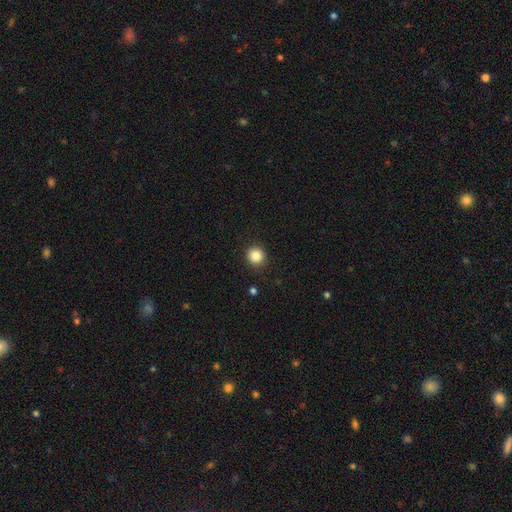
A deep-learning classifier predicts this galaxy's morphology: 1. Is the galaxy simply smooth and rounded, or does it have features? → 86% smooth, 10% star or artifact, 4% featured or disk.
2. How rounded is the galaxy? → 92% round, 7% in between, 1% cigar-shaped.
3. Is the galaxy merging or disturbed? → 90% none, 6% minor disturbance, 2% major disturbance, 1% merger.